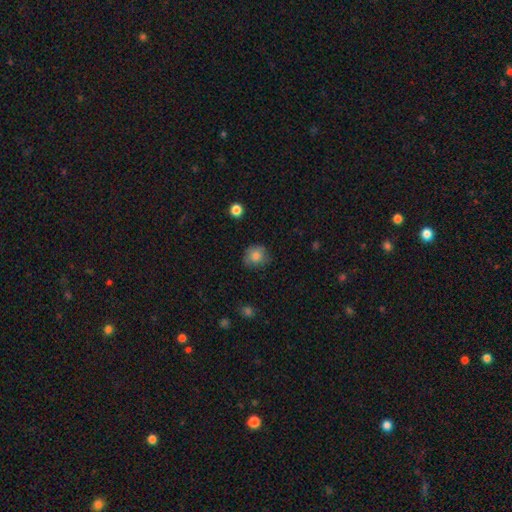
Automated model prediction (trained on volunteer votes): This appears to be a smooth galaxy with no disk features (81%) that is round (79%). Merging: none (72%).